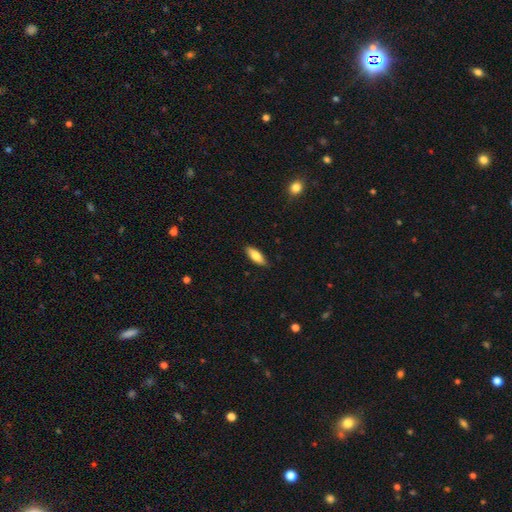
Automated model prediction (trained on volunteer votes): smooth 77%, featured or disk 17%, star or artifact 6%. Down the decision tree: how rounded — in between (65%); merging — none (86%).